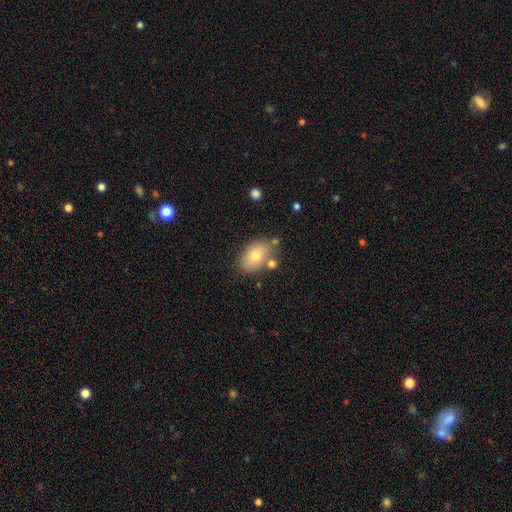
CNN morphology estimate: Q: Smooth or featured?
A: smooth (71%); runner-up: featured or disk (20%)
Q: How rounded?
A: in between (86%); runner-up: round (12%)
Q: Merging?
A: none (67%); runner-up: minor disturbance (17%)